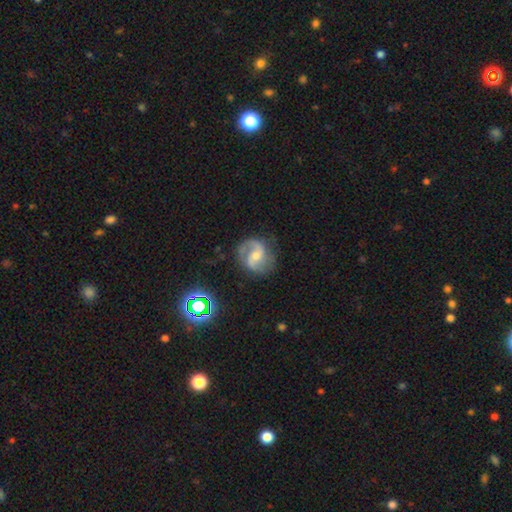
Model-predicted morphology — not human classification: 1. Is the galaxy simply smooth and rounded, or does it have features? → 85% featured or disk, 8% smooth, 6% star or artifact.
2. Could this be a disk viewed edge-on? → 98% no, 2% yes.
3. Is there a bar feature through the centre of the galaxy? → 47% weak, 37% no, 16% strong.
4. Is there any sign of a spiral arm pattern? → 97% yes, 3% no.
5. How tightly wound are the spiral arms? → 53% medium, 33% loose, 14% tight.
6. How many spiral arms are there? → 90% 2, 3% 1, 3% can't tell, 2% 3, 1% 4, 1% more than 4.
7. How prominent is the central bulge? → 50% moderate, 43% small, 3% none, 3% large, 1% dominant.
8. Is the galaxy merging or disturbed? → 77% none, 15% minor disturbance, 6% major disturbance, 2% merger.